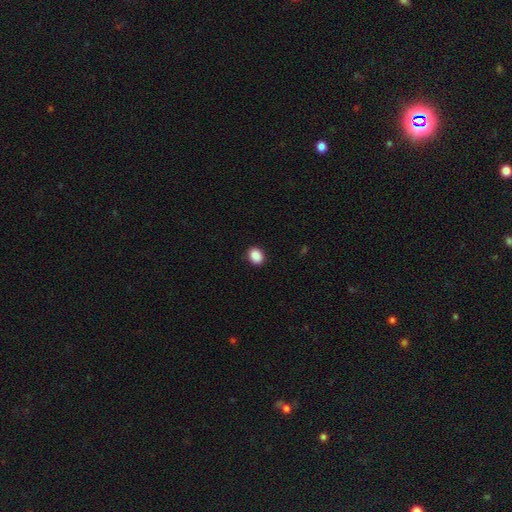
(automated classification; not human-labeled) Smooth or featured? smooth (90%)
How rounded? in between (63%)
Merging? none (90%)